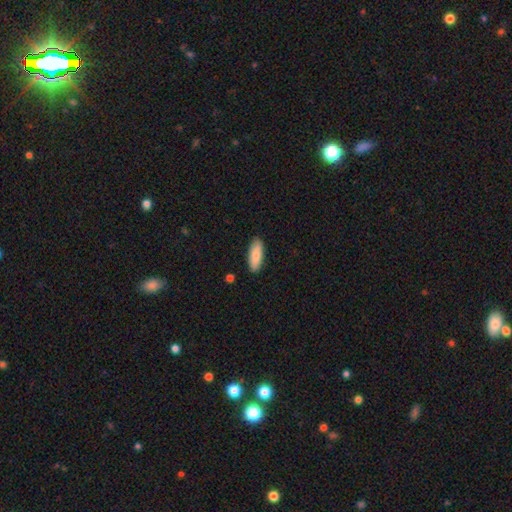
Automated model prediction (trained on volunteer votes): Smooth or featured: smooth — 85% (featured or disk — 9%)
How rounded: in between — 69% (cigar-shaped — 29%)
Merging: none — 88% (minor disturbance — 9%)